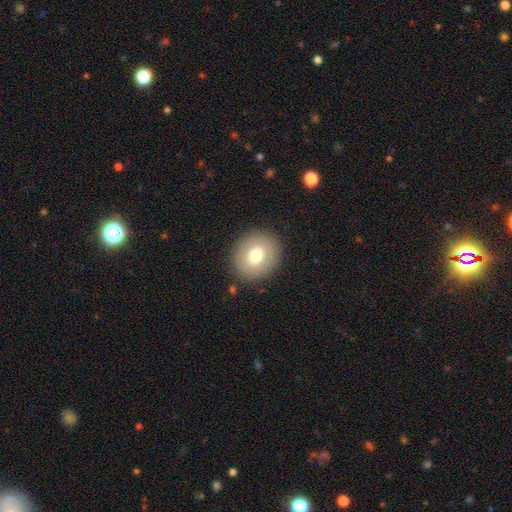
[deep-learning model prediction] smooth 71%, featured or disk 20%, star or artifact 9%. Down the decision tree: how rounded — round (74%); merging — none (88%).